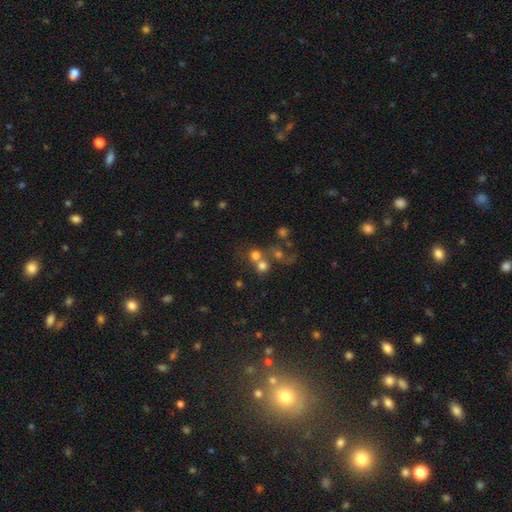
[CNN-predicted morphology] type=smooth (66%); roundness=round (86%); merging=merger (45%).